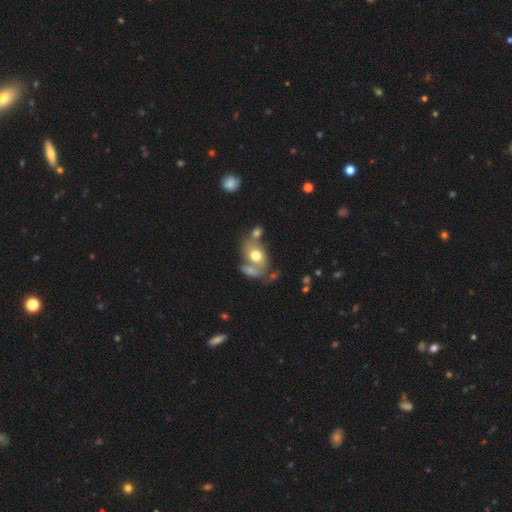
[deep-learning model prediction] Q: Smooth or featured?
A: smooth (62%); runner-up: featured or disk (28%)
Q: How rounded?
A: in between (74%); runner-up: round (25%)
Q: Merging?
A: merger (40%); runner-up: none (36%)